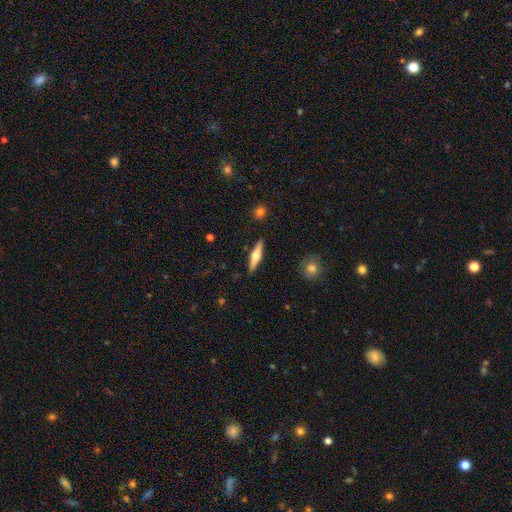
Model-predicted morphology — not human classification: A featured or disk galaxy (63%) viewed edge-on (97%) with a rounded central bulge (92%).

Vote fractions:
- Smooth or featured? featured or disk: 63% / smooth: 31% / star or artifact: 6%
- Edge-on disk? yes: 97% / no: 3%
- Edge-on bulge? rounded: 92% / boxy: 5% / none: 2%
- Merging? none: 90% / minor disturbance: 7% / major disturbance: 2% / merger: 1%